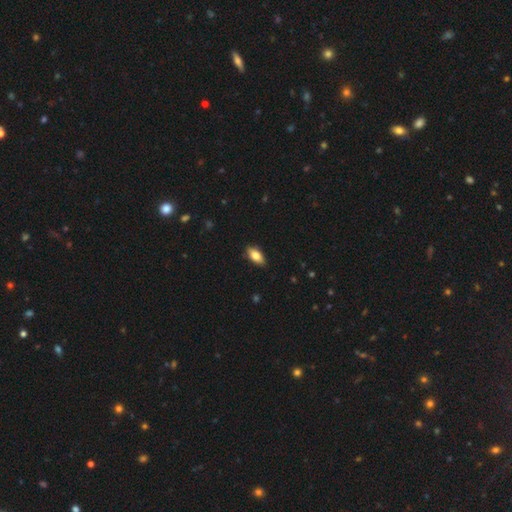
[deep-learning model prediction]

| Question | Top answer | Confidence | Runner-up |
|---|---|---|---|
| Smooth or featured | smooth | 82% | featured or disk (12%) |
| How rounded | in between | 90% | cigar-shaped (7%) |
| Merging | none | 87% | minor disturbance (11%) |